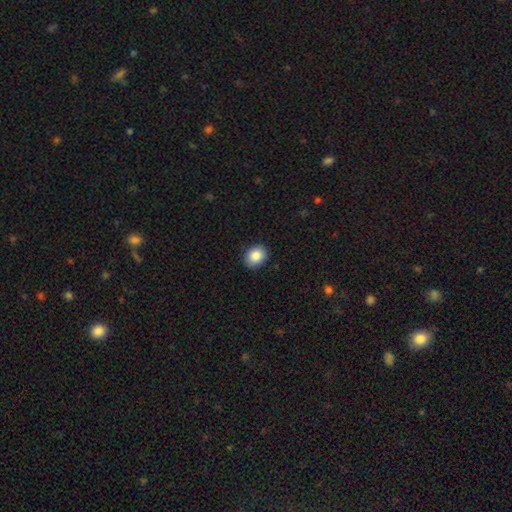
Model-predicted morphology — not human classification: Smooth or featured? smooth (88%)
How rounded? round (57%)
Merging? none (87%)